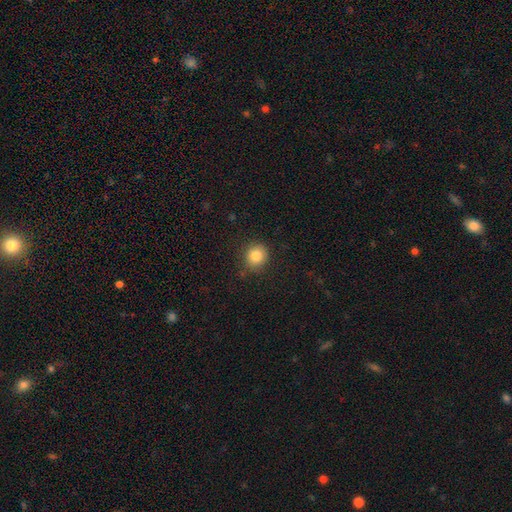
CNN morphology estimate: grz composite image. It shows a smooth galaxy with no disk features (84%) that is round (85%). Merging: none (86%).